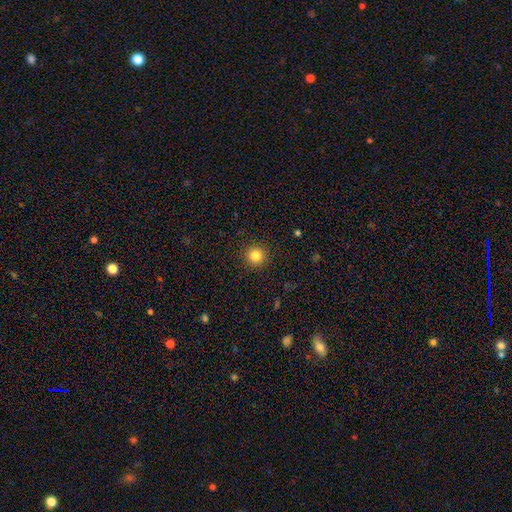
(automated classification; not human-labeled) A smooth galaxy with no disk features (83%) that is round (95%). Merging: none (92%).